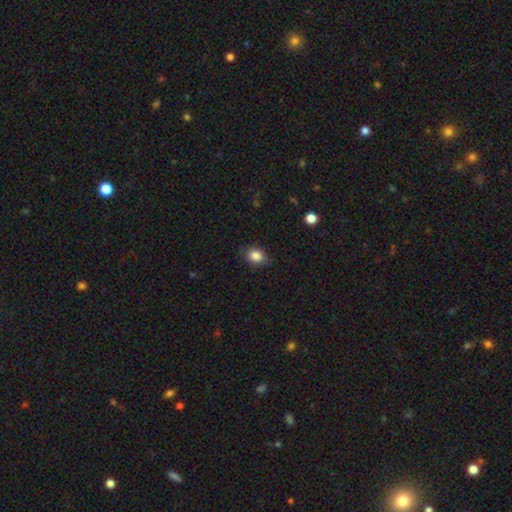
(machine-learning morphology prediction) A smooth galaxy with no disk features (86%) that is in between round and cigar-shaped (59%).

Vote fractions:
- Smooth or featured? smooth: 86% / star or artifact: 9% / featured or disk: 5%
- How rounded? in between: 59% / round: 40% / cigar-shaped: 1%
- Merging? none: 81% / minor disturbance: 15% / major disturbance: 3% / merger: 1%